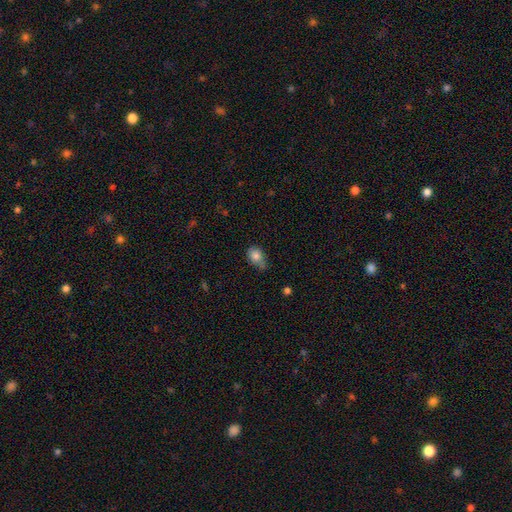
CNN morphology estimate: The model was most divided on "merging" (2-way tie): none: 42%, minor disturbance: 42%, major disturbance: 12%, merger: 5%. More confident: smooth or featured — smooth (81%); how rounded — in between (65%).